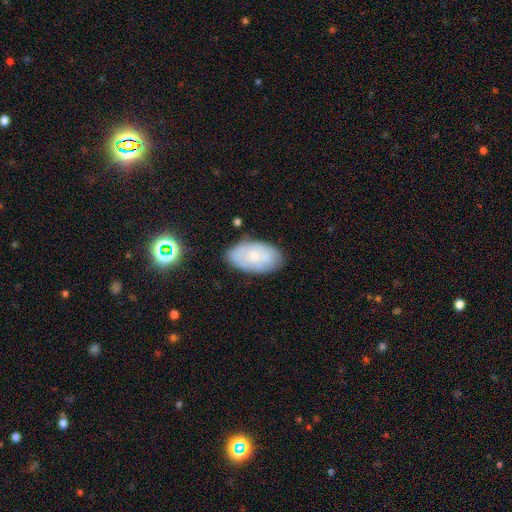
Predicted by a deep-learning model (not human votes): The model was most divided on "smooth or featured": smooth: 59%, featured or disk: 33%, star or artifact: 8%. More confident: how rounded — in between (93%); merging — none (74%).